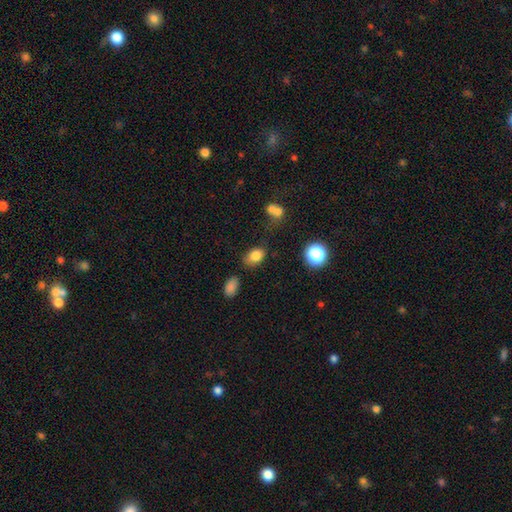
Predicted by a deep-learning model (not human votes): This appears to be a smooth galaxy with no disk features (82%) that is in between round and cigar-shaped (80%). Merging: none (66%).